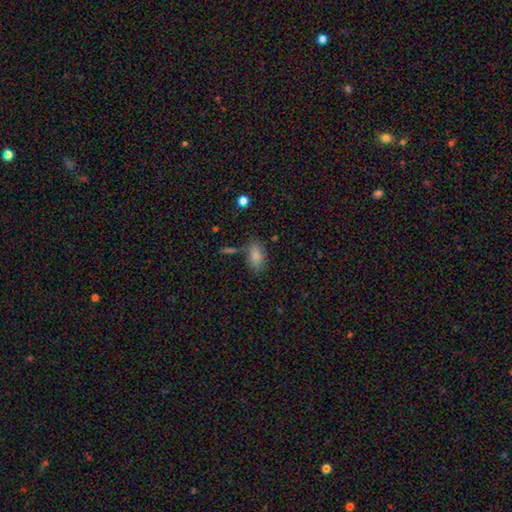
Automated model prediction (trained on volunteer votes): Smooth or featured? Predicted: smooth (p=0.83). How rounded? Predicted: in between (p=0.90). Merging? Predicted: none (p=0.73).